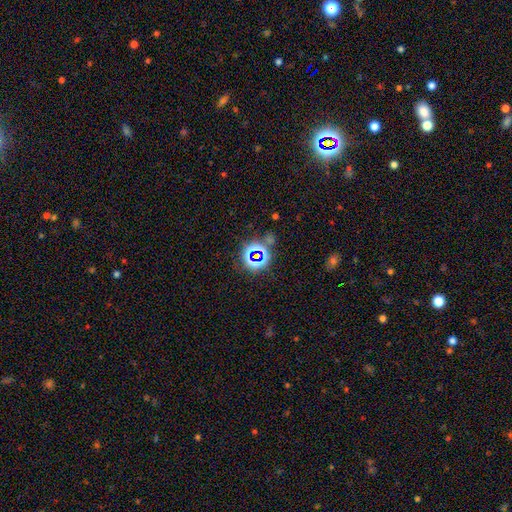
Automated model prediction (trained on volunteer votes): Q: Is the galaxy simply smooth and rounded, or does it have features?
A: star or artifact — 69%.